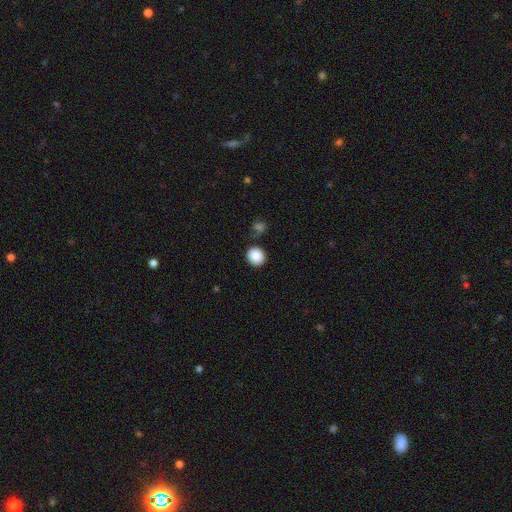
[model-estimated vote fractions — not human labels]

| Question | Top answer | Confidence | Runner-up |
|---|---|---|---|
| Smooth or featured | smooth | 88% | star or artifact (8%) |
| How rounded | round | 87% | in between (12%) |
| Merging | none | 81% | minor disturbance (10%) |